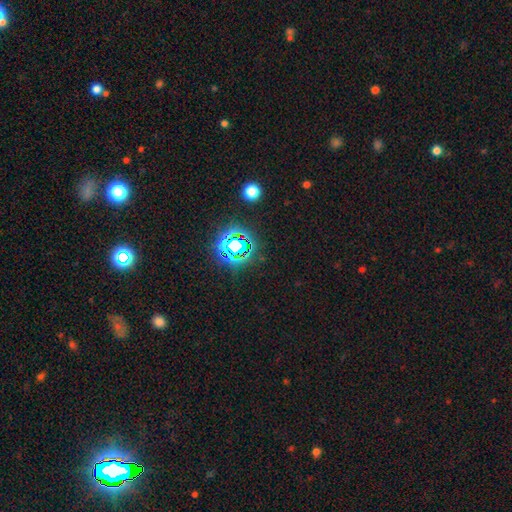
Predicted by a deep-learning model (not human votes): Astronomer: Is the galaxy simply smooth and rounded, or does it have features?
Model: star or artifact — 78%.